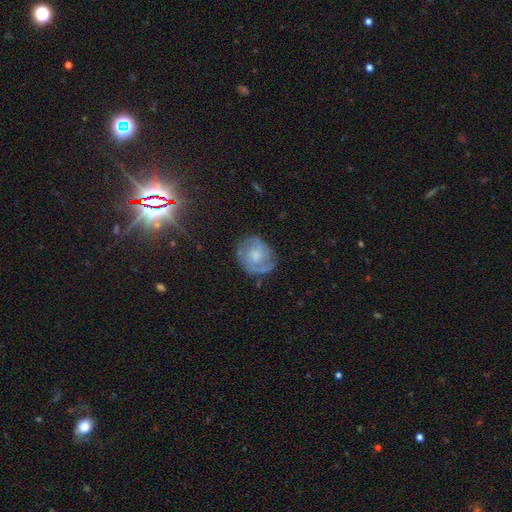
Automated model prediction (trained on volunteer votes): Morphology: type=featured or disk (59%); edge-on=no (97%); bar=no (65%); spiral arms=yes (79%); bulge=moderate (46%); merging=none (71%).